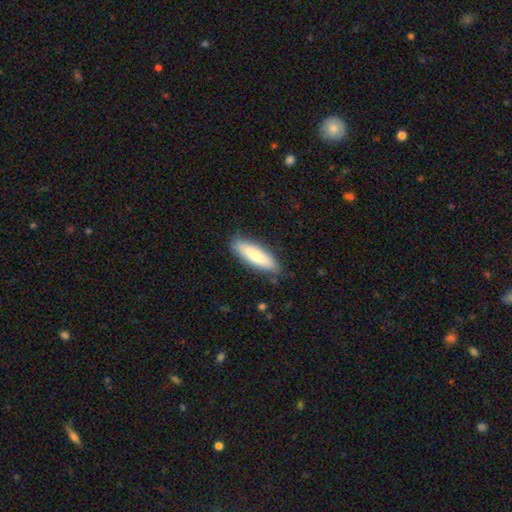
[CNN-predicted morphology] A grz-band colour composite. It shows a smooth galaxy with no disk features (78%) that is cigar-shaped (61%). Merging: none (83%).